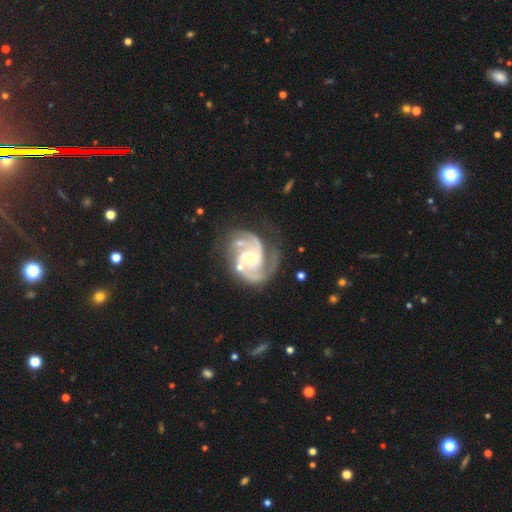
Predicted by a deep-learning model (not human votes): smooth_or_featured: featured or disk (p=0.93) [alt: star or artifact p=0.04]
disk_edge_on: no (p=0.98) [alt: yes p=0.02]
bar: no (p=0.62) [alt: weak p=0.27]
has_spiral_arms: yes (p=0.99) [alt: no p=0.01]
spiral_winding: medium (p=0.51) [alt: tight p=0.42]
spiral_arm_count: 2 (p=0.54) [alt: 3 p=0.30]
bulge_size: small (p=0.63) [alt: moderate p=0.29]
merging: none (p=0.65) [alt: minor disturbance p=0.18]